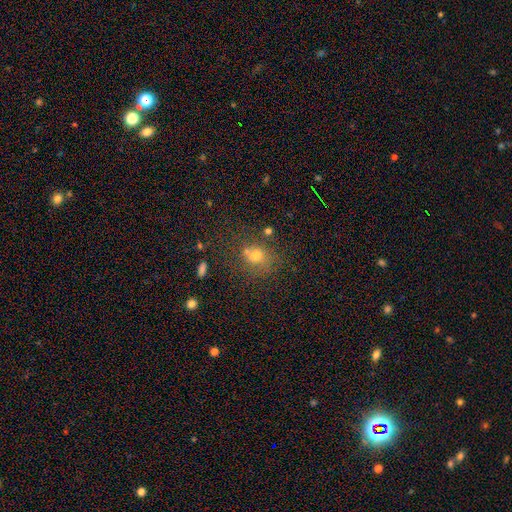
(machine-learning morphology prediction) Overall: smooth (68%). How rounded: round (72%). Merging: none (57%; merger 21%).